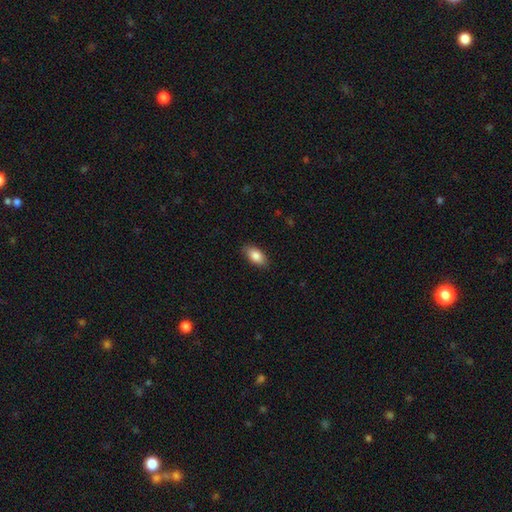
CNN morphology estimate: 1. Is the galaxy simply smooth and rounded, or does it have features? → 85% smooth, 8% featured or disk, 7% star or artifact.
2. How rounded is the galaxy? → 91% in between, 6% cigar-shaped, 3% round.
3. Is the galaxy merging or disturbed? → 87% none, 10% minor disturbance, 2% major disturbance, 1% merger.